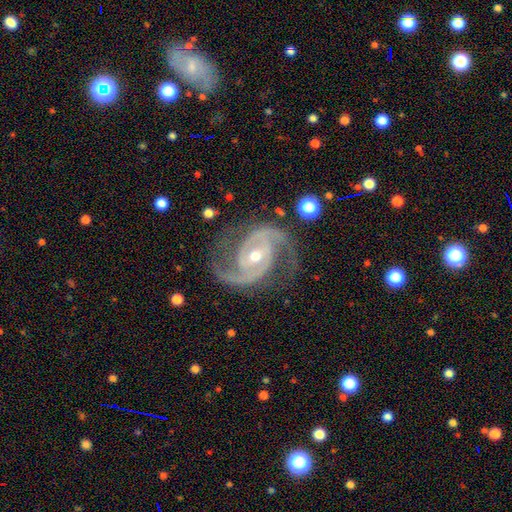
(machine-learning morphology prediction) smooth-or-featured: featured or disk: 94% | star or artifact: 4% | smooth: 2%
  disk-edge-on: no: 98% | yes: 2%
    bar: no: 43% | weak: 34% | strong: 23%
    has-spiral-arms: yes: 99% | no: 1%
      spiral-winding: medium: 56% | tight: 34% | loose: 10%
      spiral-arm-count: 2: 91% | 3: 4% | can't tell: 2% | 1: 1% | 4: 1% | more than 4: 1%
    bulge-size: moderate: 55% | small: 41% | large: 2% | none: 1% | dominant: 1%
  merging: none: 78% | minor disturbance: 15% | major disturbance: 6% | merger: 2%